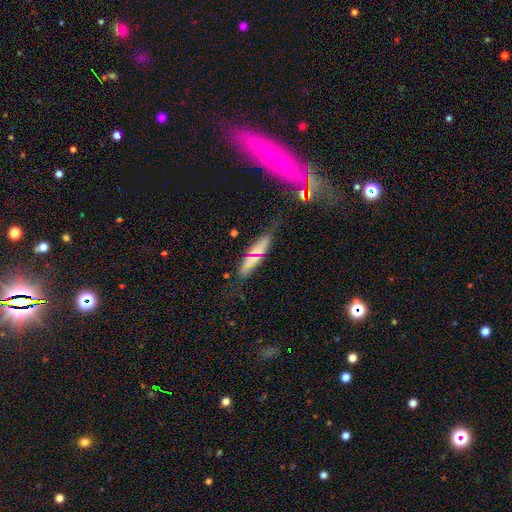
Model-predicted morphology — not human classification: A smooth galaxy with no disk features (48%). Merging: none (63%).